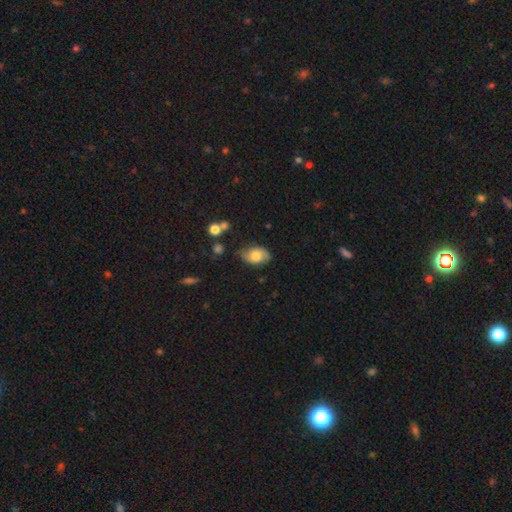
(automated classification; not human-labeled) Smooth or featured? Predicted: smooth (p=0.65). How rounded? Predicted: in between (p=0.88). Merging? Predicted: none (p=0.61).